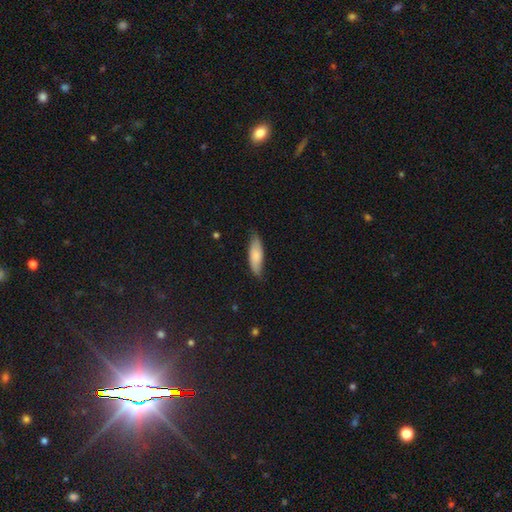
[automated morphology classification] A smooth galaxy with no disk features (77%) that is in between round and cigar-shaped (57%). Merging: none (75%).